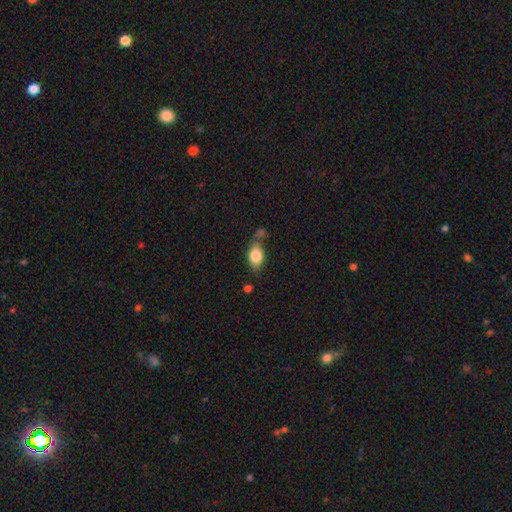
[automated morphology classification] A smooth galaxy with no disk features (80%) that is in between round and cigar-shaped (83%).

Vote fractions:
- Smooth or featured? smooth: 80% / featured or disk: 12% / star or artifact: 8%
- How rounded? in between: 83% / round: 13% / cigar-shaped: 4%
- Merging? none: 50% / minor disturbance: 24% / merger: 17% / major disturbance: 10%